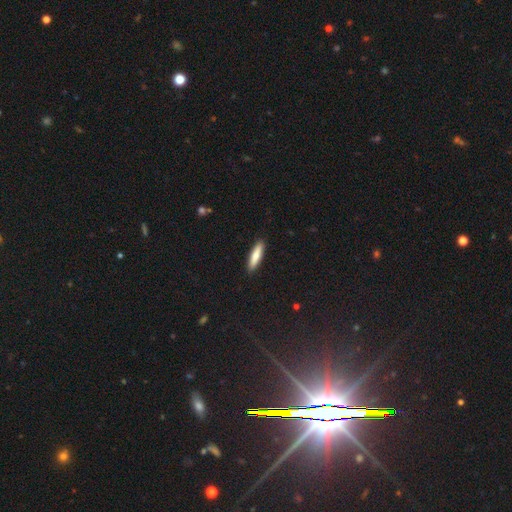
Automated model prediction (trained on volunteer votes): Q: Smooth or featured?
A: smooth (76%); runner-up: featured or disk (18%)
Q: How rounded?
A: cigar-shaped (76%); runner-up: in between (22%)
Q: Merging?
A: none (90%); runner-up: minor disturbance (8%)